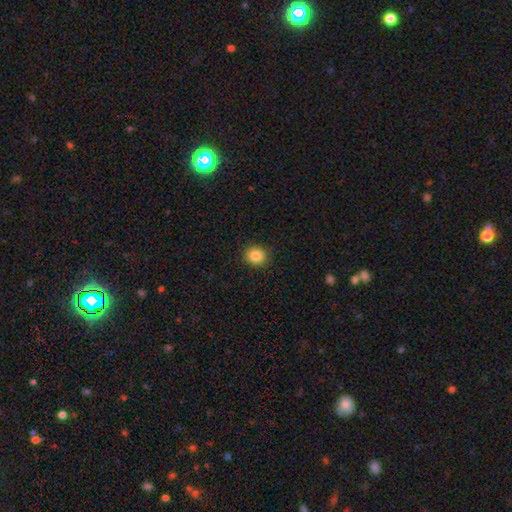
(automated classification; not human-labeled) The model was most divided on "how rounded": round: 82%, in between: 17%, cigar-shaped: 1%. More confident: merging — none (90%); smooth or featured — smooth (85%).